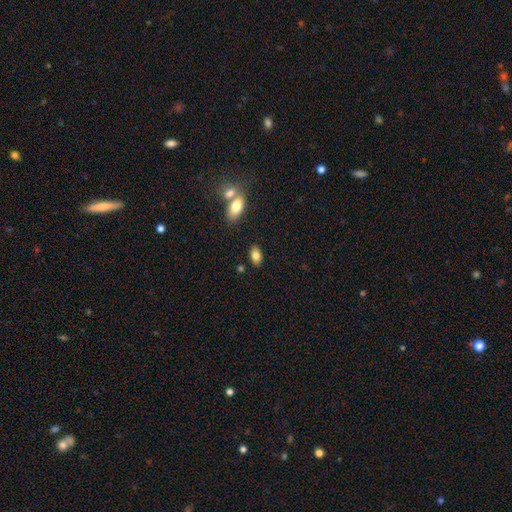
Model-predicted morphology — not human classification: smooth-or-featured: smooth: 81% | featured or disk: 12% | star or artifact: 8%
  how-rounded: in between: 91% | round: 7% | cigar-shaped: 3%
  merging: none: 83% | minor disturbance: 9% | merger: 5% | major disturbance: 2%